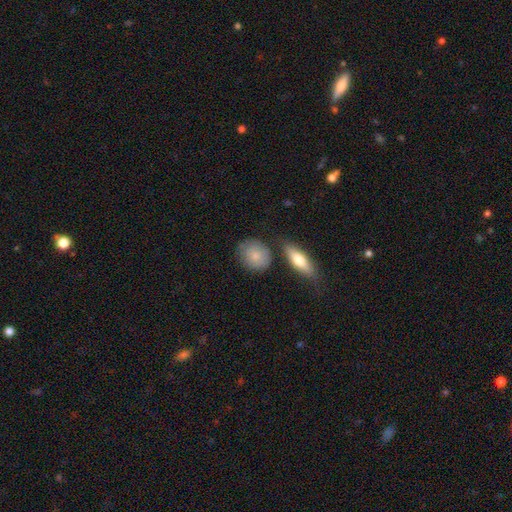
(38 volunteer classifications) smooth 84%, featured or disk 13%, star or artifact 3%. Down the decision tree: how rounded — round (66%); merging — none (78%).